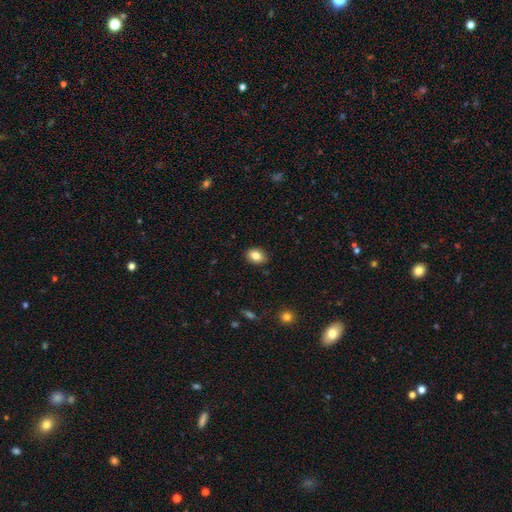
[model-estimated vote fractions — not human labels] A smooth galaxy with no disk features (84%) that is in between round and cigar-shaped (74%).

Vote fractions:
- Smooth or featured? smooth: 84% / star or artifact: 9% / featured or disk: 7%
- How rounded? in between: 74% / round: 24% / cigar-shaped: 1%
- Merging? none: 86% / minor disturbance: 11% / major disturbance: 2% / merger: 1%